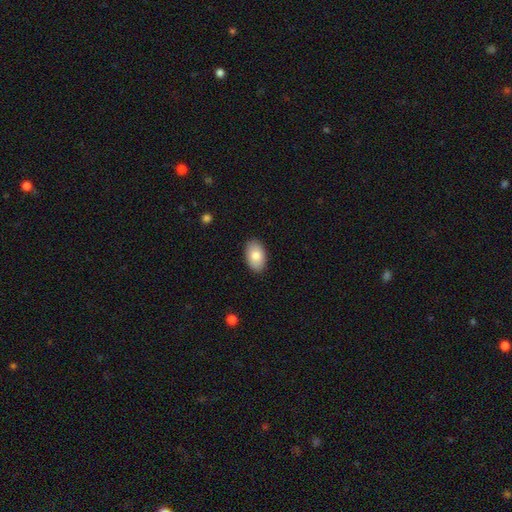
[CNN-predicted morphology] A smooth galaxy with no disk features (82%) that is in between round and cigar-shaped (93%). Merging: none (89%).